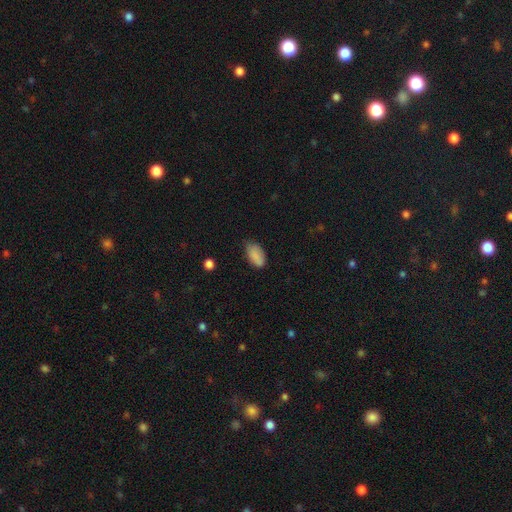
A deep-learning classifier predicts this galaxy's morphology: Smooth or featured?
  - smooth: 86% *
  - star or artifact: 7%
  - featured or disk: 7%
How rounded?
  - in between: 93% *
  - round: 4%
  - cigar-shaped: 3%
Merging?
  - none: 60% *
  - minor disturbance: 33%
  - major disturbance: 6%
  - merger: 2%